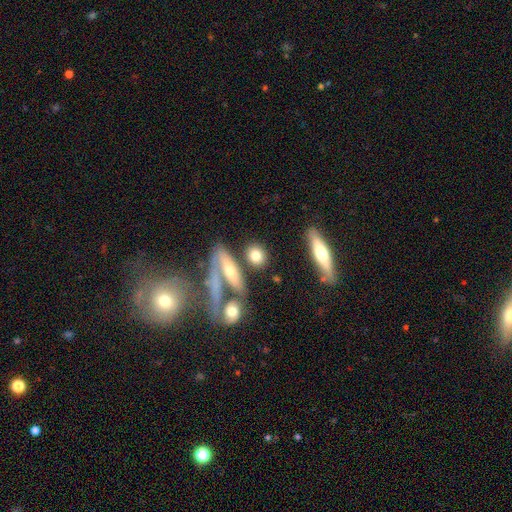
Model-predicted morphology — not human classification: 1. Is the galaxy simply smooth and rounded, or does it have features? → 77% smooth, 15% featured or disk, 8% star or artifact.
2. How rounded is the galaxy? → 51% round, 38% in between, 11% cigar-shaped.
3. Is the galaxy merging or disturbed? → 71% none, 14% merger, 11% minor disturbance, 4% major disturbance.